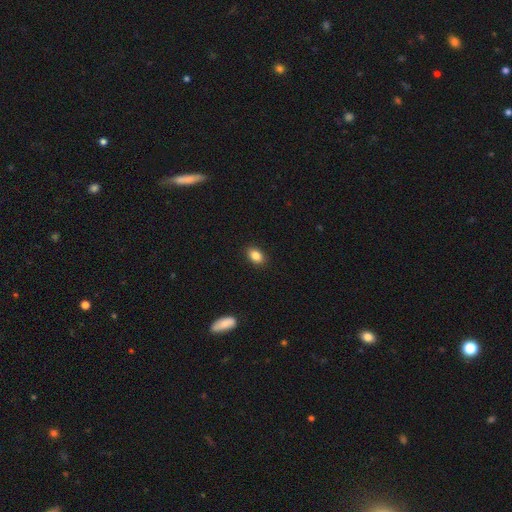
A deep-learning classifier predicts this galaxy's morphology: Smooth or featured?
  - smooth: 86% *
  - star or artifact: 9%
  - featured or disk: 5%
How rounded?
  - in between: 83% *
  - round: 16%
  - cigar-shaped: 2%
Merging?
  - none: 90% *
  - minor disturbance: 7%
  - major disturbance: 2%
  - merger: 1%